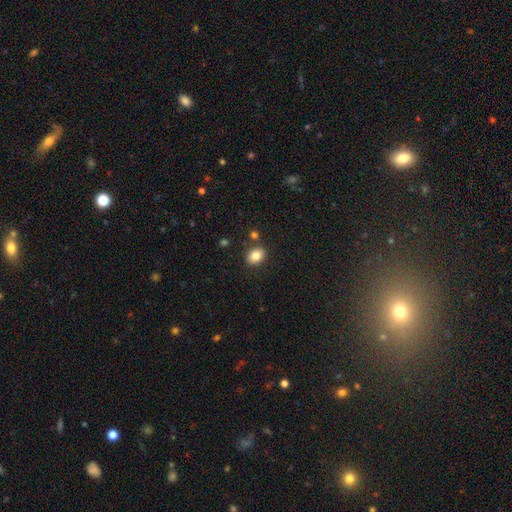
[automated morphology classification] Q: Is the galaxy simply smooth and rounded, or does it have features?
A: smooth — 84%.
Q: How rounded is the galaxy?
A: in between — 65%.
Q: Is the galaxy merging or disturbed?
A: none — 81%.